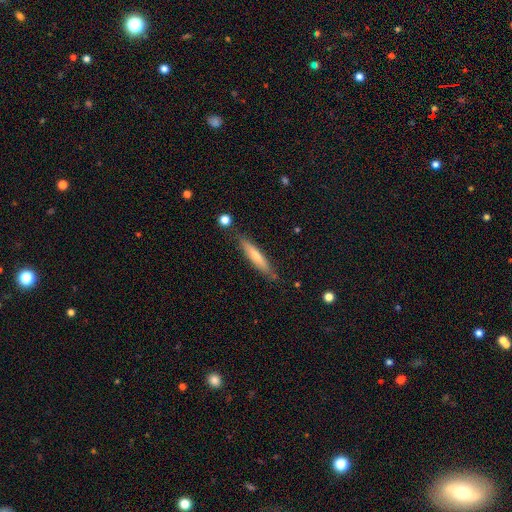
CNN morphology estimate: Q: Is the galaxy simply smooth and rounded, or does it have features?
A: smooth — 63%.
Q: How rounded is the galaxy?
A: cigar-shaped — 88%.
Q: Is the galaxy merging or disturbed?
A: none — 80%.